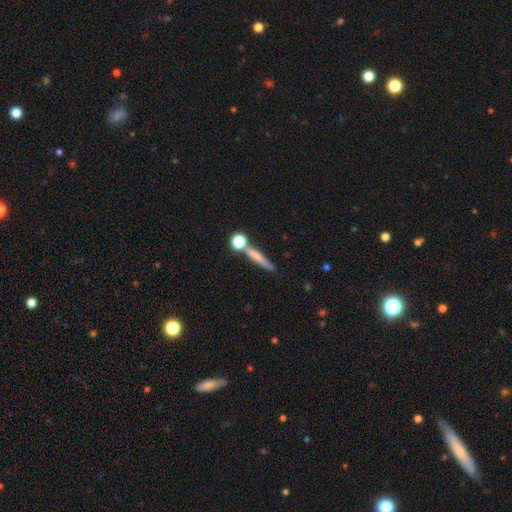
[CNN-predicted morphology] type=smooth (62%); roundness=cigar-shaped (79%); merging=none (68%).